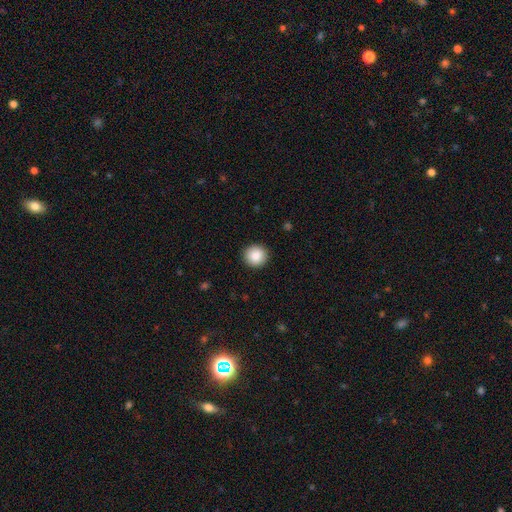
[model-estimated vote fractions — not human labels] This is clearly a smooth galaxy (88%). How rounded: clearly round (93%). Merging: clearly none (92%).